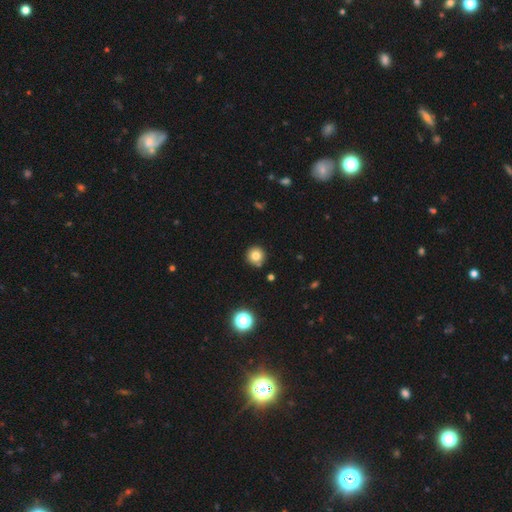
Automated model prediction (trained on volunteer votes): smooth 80%, star or artifact 13%, featured or disk 7%. Down the decision tree: how rounded — round (95%); merging — none (85%).